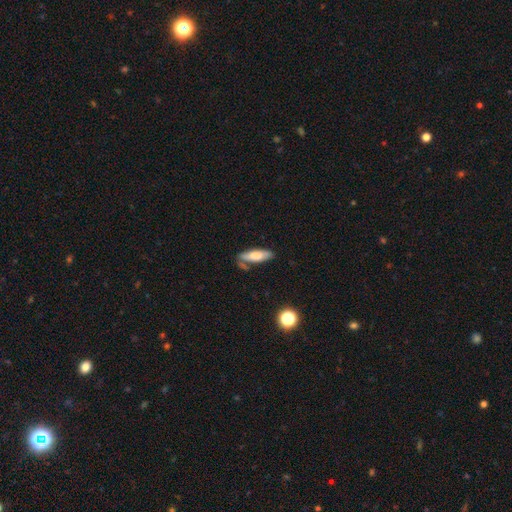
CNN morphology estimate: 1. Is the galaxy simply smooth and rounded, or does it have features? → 70% smooth, 23% featured or disk, 7% star or artifact.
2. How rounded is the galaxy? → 51% in between, 47% cigar-shaped, 2% round.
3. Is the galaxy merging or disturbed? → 64% none, 21% minor disturbance, 10% merger, 6% major disturbance.